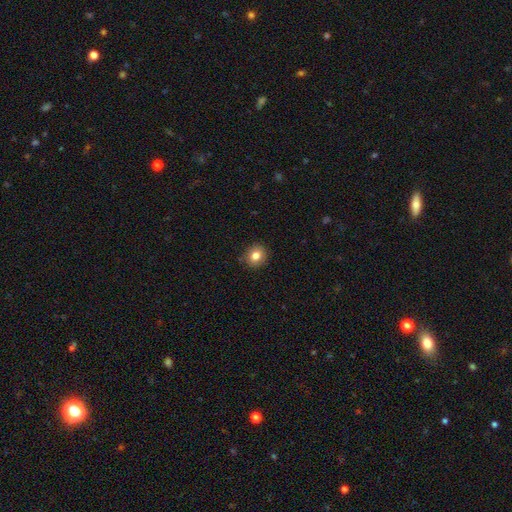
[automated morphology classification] Smooth or featured? Predicted: smooth (p=0.82). How rounded? Predicted: round (p=0.85). Merging? Predicted: none (p=0.90).